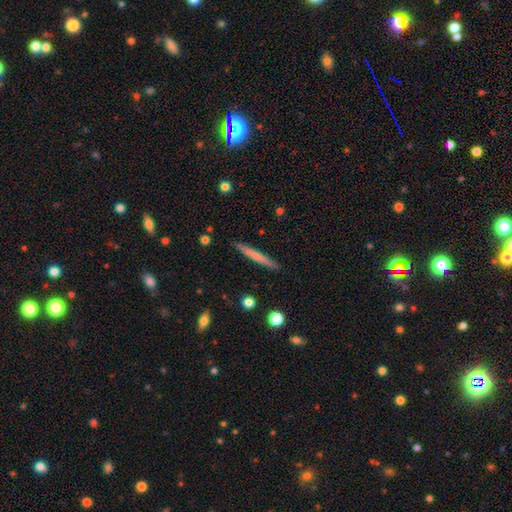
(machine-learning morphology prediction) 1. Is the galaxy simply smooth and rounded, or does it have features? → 58% smooth, 36% featured or disk, 6% star or artifact.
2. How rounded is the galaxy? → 96% cigar-shaped, 2% in between, 1% round.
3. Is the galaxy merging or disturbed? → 91% none, 7% minor disturbance, 1% major disturbance, 1% merger.